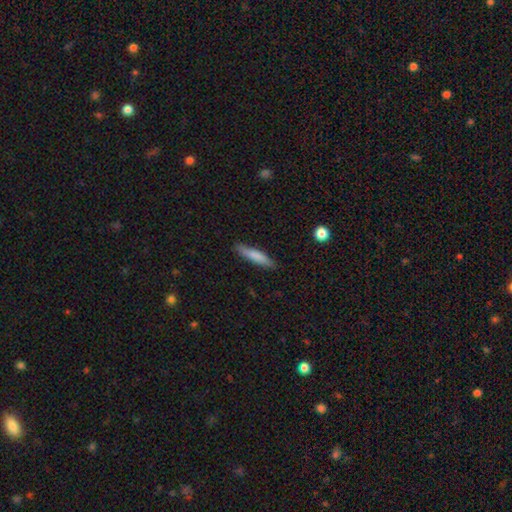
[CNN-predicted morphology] smooth_or_featured: smooth (p=0.78) [alt: featured or disk p=0.17]
how_rounded: cigar-shaped (p=0.86) [alt: in between p=0.13]
merging: none (p=0.85) [alt: minor disturbance p=0.12]